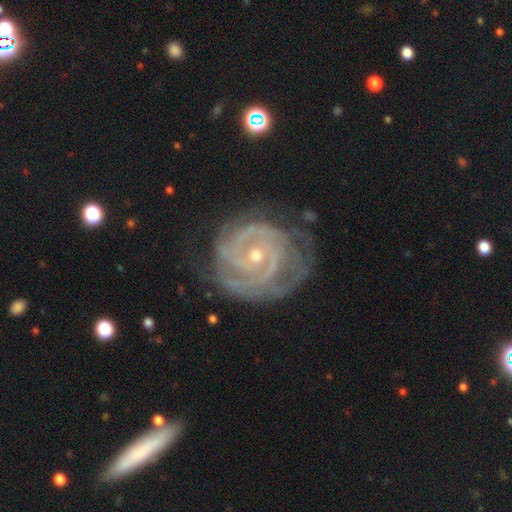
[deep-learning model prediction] Overall: featured or disk (90%). Edge-on disk: no (98%). Bar: no (64%; weak 27%). Spiral arms: yes (97%). Spiral arm count: 2 (38%; 3 22%). Spiral winding: tight (79%). Bulge size: small (57%; moderate 40%). Merging: none (68%).